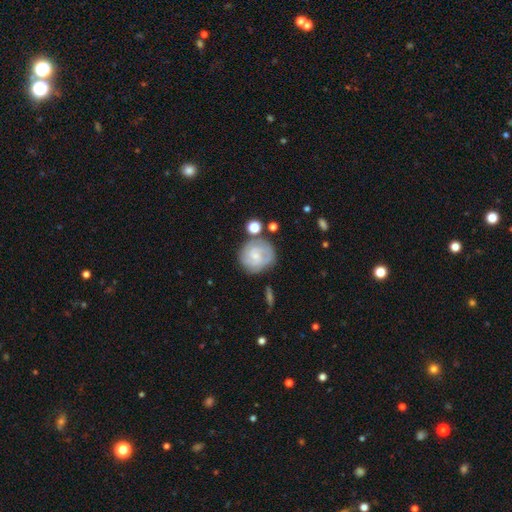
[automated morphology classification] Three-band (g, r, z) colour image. It shows a featured or disk galaxy (64%) with no bar (65%), tight (60%) spiral arms (89%) and a small central bulge (66%). Merging: none (70%).